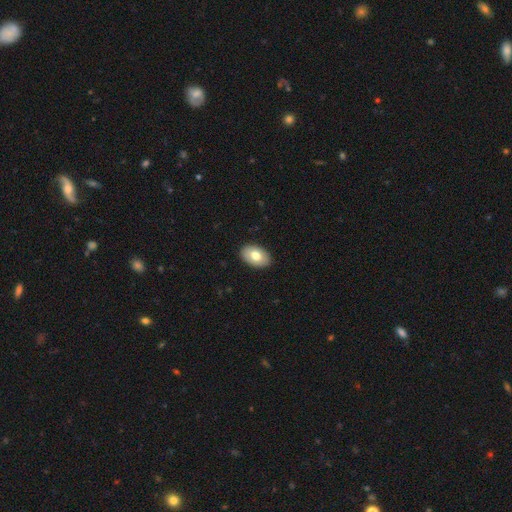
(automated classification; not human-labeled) The model was most divided on "smooth or featured": smooth: 74%, featured or disk: 19%, star or artifact: 7%. More confident: merging — none (90%); how rounded — in between (89%).